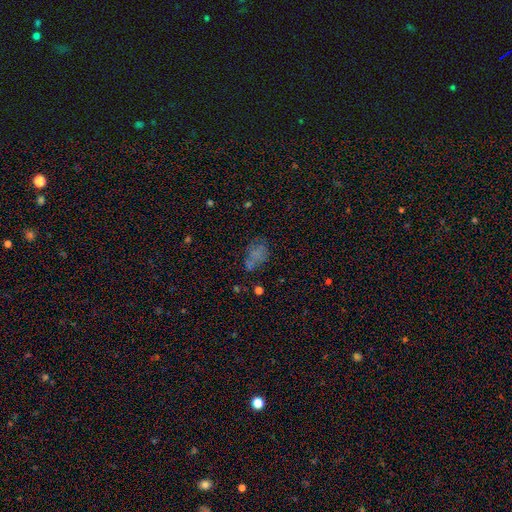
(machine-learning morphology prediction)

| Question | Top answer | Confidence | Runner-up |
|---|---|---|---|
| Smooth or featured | smooth | 56% | star or artifact (22%) |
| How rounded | in between | 77% | round (20%) |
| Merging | none | 49% | minor disturbance (22%) |